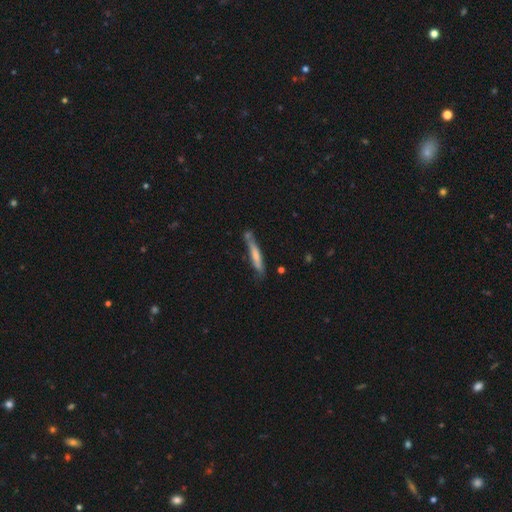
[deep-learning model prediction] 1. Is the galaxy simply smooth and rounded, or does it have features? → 59% smooth, 35% featured or disk, 6% star or artifact.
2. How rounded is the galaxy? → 92% cigar-shaped, 6% in between, 1% round.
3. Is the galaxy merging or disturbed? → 61% none, 22% minor disturbance, 10% merger, 6% major disturbance.